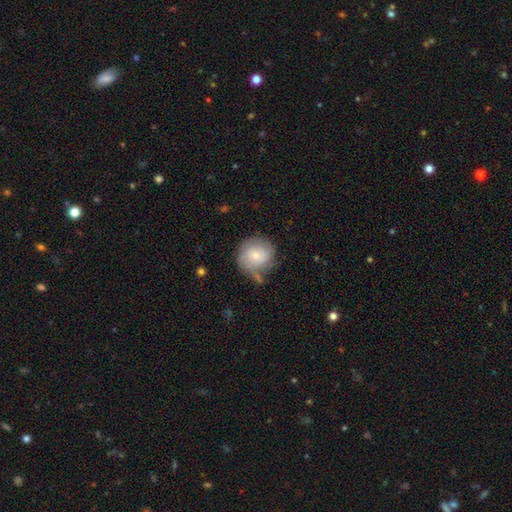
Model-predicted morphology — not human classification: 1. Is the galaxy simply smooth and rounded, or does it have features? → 54% smooth, 39% featured or disk, 8% star or artifact.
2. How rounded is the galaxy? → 87% round, 12% in between, 1% cigar-shaped.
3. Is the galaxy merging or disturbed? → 53% none, 27% minor disturbance, 12% major disturbance, 8% merger.